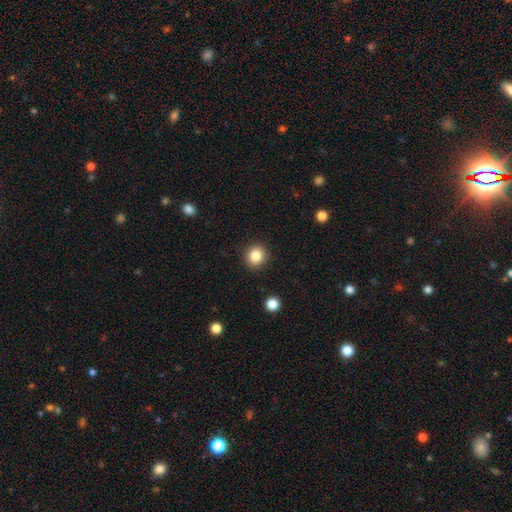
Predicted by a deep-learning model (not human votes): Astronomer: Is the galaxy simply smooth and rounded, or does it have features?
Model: smooth — 85%.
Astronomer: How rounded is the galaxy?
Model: round — 86%.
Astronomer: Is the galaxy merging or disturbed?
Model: none — 91%.